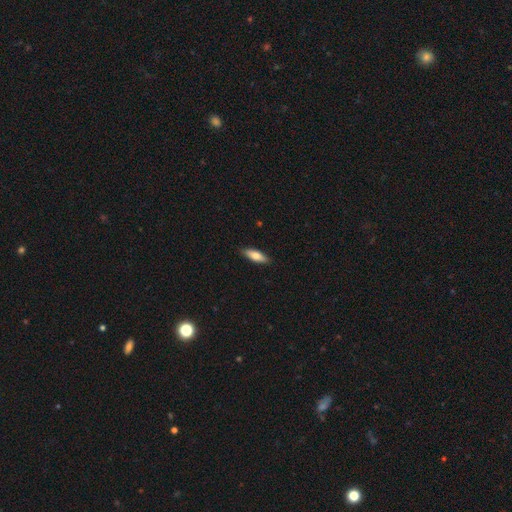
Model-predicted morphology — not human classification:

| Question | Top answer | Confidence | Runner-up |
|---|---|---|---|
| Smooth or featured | smooth | 73% | featured or disk (21%) |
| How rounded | in between | 53% | cigar-shaped (45%) |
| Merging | none | 88% | minor disturbance (9%) |